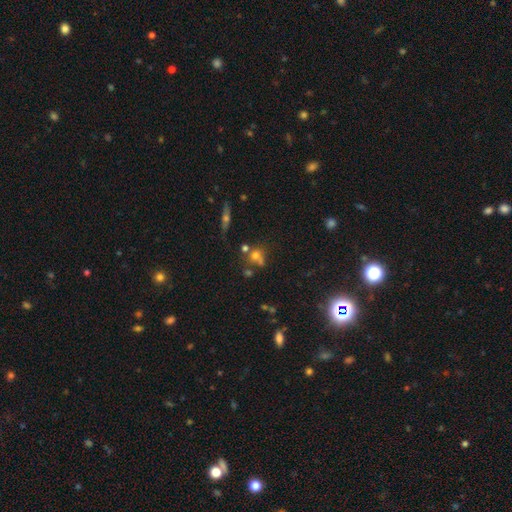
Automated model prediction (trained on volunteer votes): This is possibly a smooth galaxy (59%). How rounded: likely round (75%). Merging: possibly none (46%).